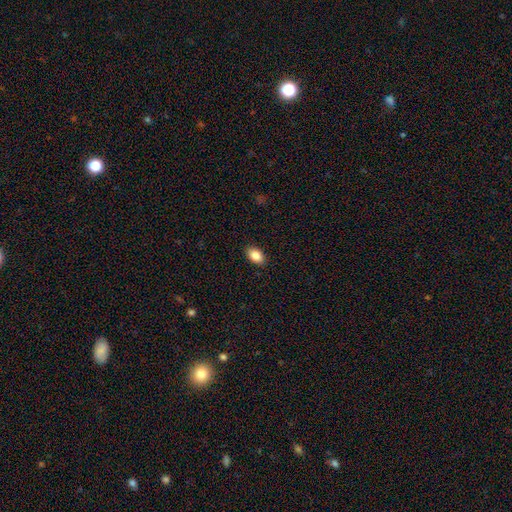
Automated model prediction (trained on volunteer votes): A smooth galaxy with no disk features (85%) that is in between round and cigar-shaped (90%).

Vote fractions:
- Smooth or featured? smooth: 85% / star or artifact: 8% / featured or disk: 7%
- How rounded? in between: 90% / round: 9% / cigar-shaped: 1%
- Merging? none: 90% / minor disturbance: 8% / major disturbance: 2% / merger: 1%